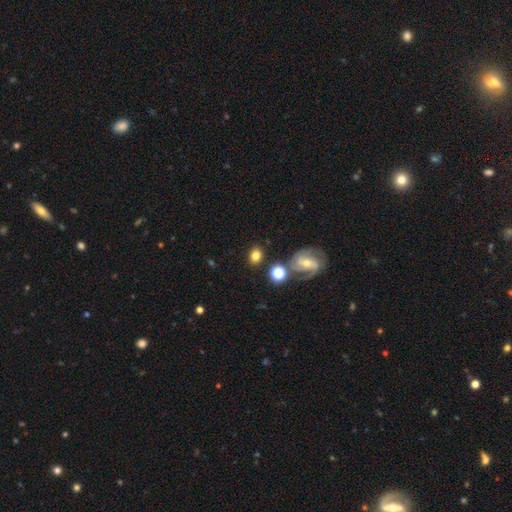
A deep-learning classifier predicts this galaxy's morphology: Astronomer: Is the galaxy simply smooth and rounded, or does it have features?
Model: smooth — 71%.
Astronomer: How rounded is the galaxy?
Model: in between — 55% (runner-up: round, 44%).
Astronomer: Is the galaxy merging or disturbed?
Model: none — 77%.